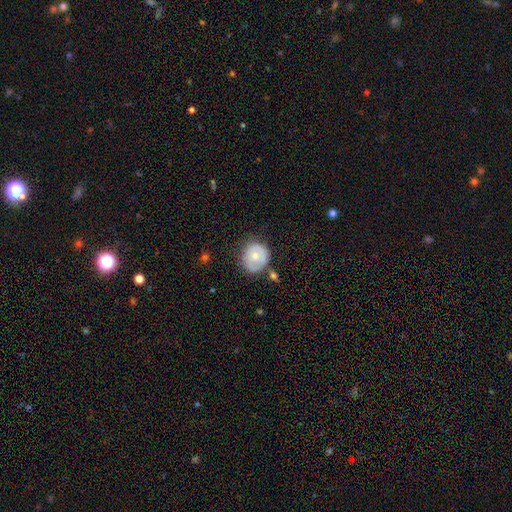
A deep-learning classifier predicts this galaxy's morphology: A smooth galaxy with no disk features (60%) that is round (79%).

Vote fractions:
- Smooth or featured? smooth: 60% / featured or disk: 33% / star or artifact: 7%
- How rounded? round: 79% / in between: 20% / cigar-shaped: 1%
- Merging? none: 59% / minor disturbance: 26% / major disturbance: 8% / merger: 7%